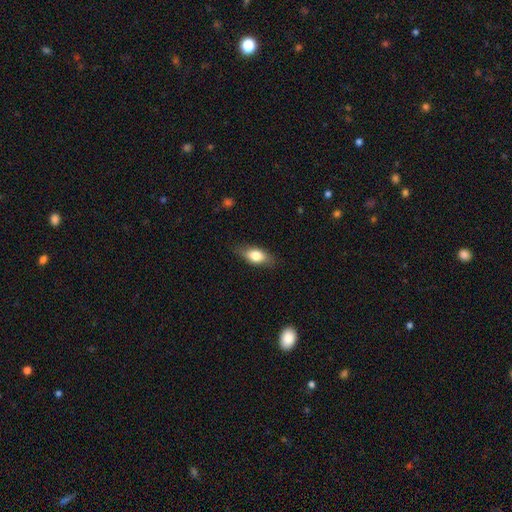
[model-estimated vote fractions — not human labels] Smooth or featured? Predicted: smooth (p=0.74). How rounded? Predicted: in between (p=0.80). Merging? Predicted: none (p=0.79).